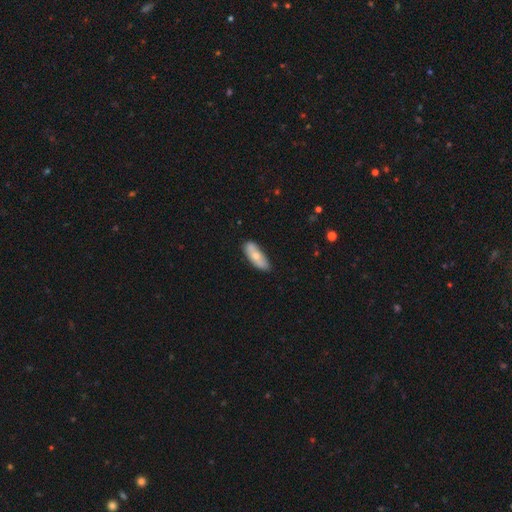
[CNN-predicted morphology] This is likely a smooth galaxy (63%). How rounded: likely in between (72%). Merging: likely none (77%).